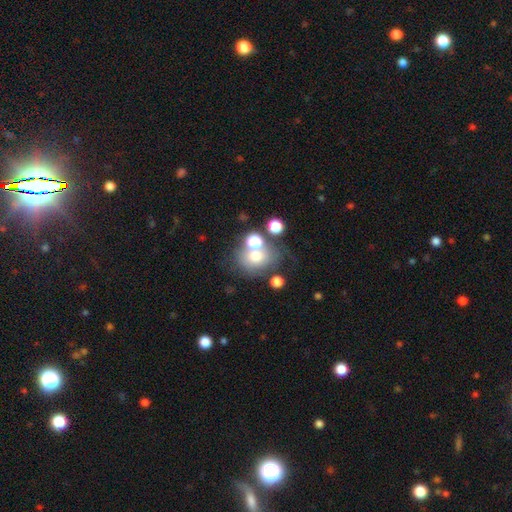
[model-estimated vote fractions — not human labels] Overall: smooth (66%). How rounded: round (61%; in between 38%). Merging: none (49%; merger 26%).